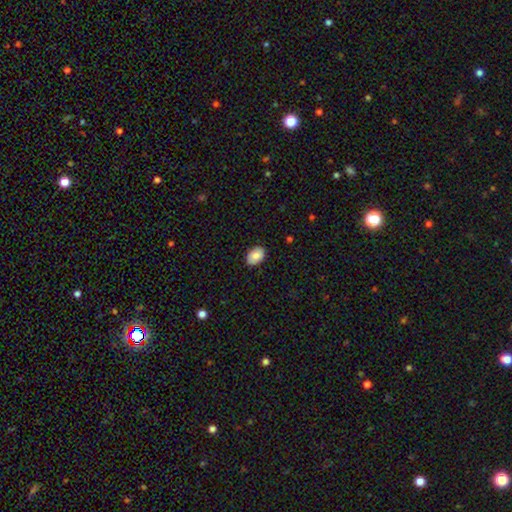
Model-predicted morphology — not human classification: Overall: smooth (82%). How rounded: in between (80%). Merging: none (87%).